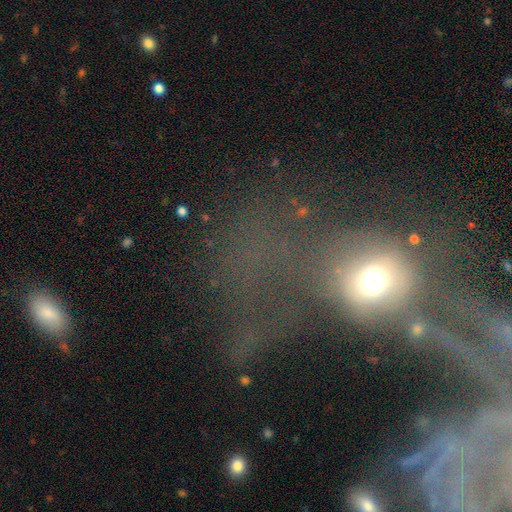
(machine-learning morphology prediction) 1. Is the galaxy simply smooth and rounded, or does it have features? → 39% smooth, 38% featured or disk, 24% star or artifact.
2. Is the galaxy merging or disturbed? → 41% major disturbance, 26% none, 19% merger, 14% minor disturbance.